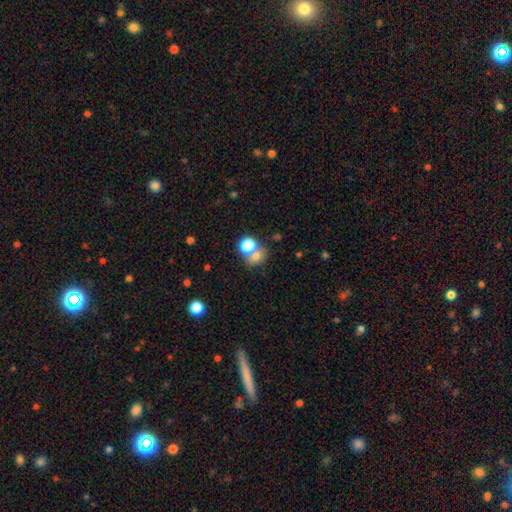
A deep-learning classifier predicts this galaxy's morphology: Smooth or featured? Predicted: smooth (p=0.73). How rounded? Predicted: round (p=0.65). Merging? Predicted: merger (p=0.46).